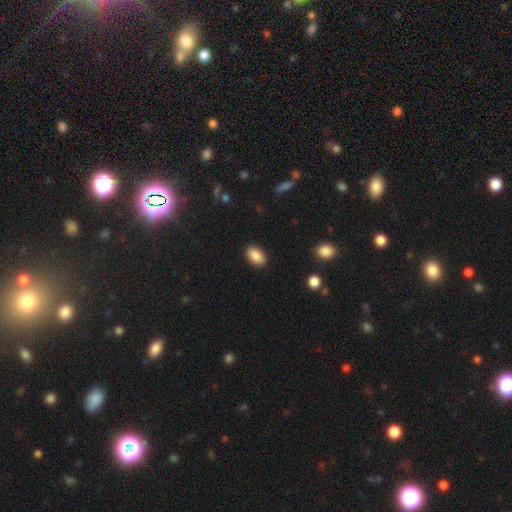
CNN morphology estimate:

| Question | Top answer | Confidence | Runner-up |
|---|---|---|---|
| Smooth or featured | smooth | 88% | star or artifact (7%) |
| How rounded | in between | 91% | round (7%) |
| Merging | none | 89% | minor disturbance (8%) |